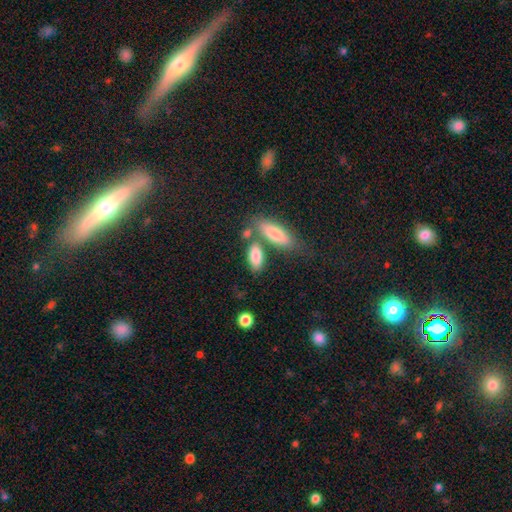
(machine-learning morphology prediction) A smooth galaxy with no disk features (84%) that is in between round and cigar-shaped (83%). Merging: none (57%).